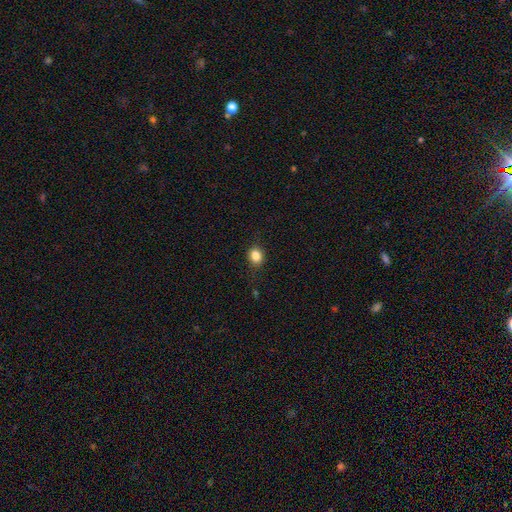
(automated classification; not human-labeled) The model was most divided on "how rounded": round: 60%, in between: 39%, cigar-shaped: 1%. More confident: merging — none (84%); smooth or featured — smooth (84%).